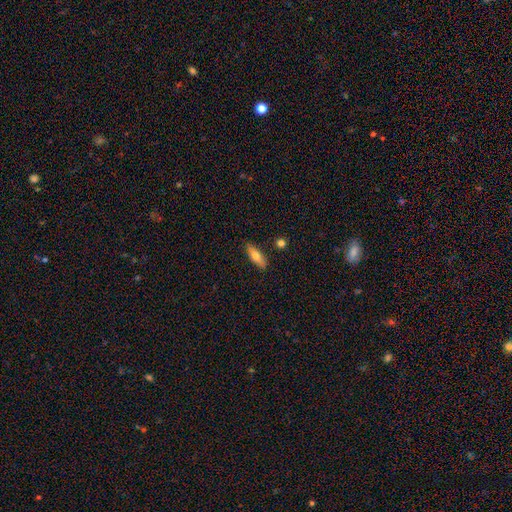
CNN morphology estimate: Smooth or featured?
  - smooth: 64% *
  - featured or disk: 29%
  - star or artifact: 7%
How rounded?
  - cigar-shaped: 51% *
  - in between: 46%
  - round: 3%
Merging?
  - none: 86% *
  - minor disturbance: 9%
  - merger: 2%
  - major disturbance: 2%